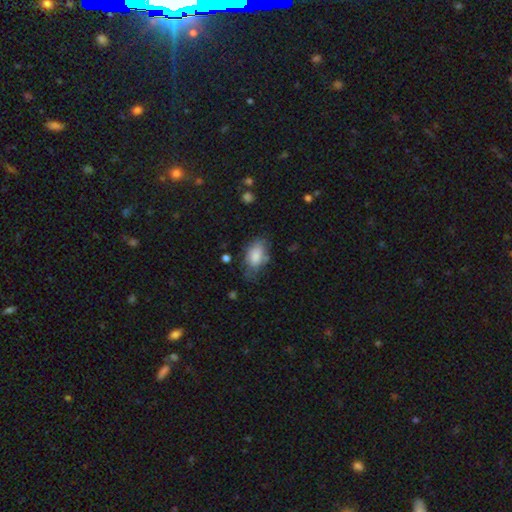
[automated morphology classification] This appears to be a smooth galaxy with no disk features (80%) that is in between round and cigar-shaped (90%). Merging: none (53%).